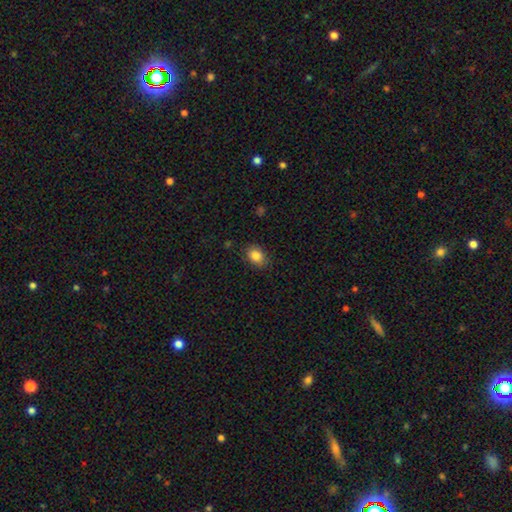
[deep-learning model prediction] Smooth or featured?
  - smooth: 86% *
  - star or artifact: 9%
  - featured or disk: 6%
How rounded?
  - in between: 69% *
  - round: 30%
  - cigar-shaped: 1%
Merging?
  - none: 85% *
  - minor disturbance: 11%
  - major disturbance: 3%
  - merger: 1%